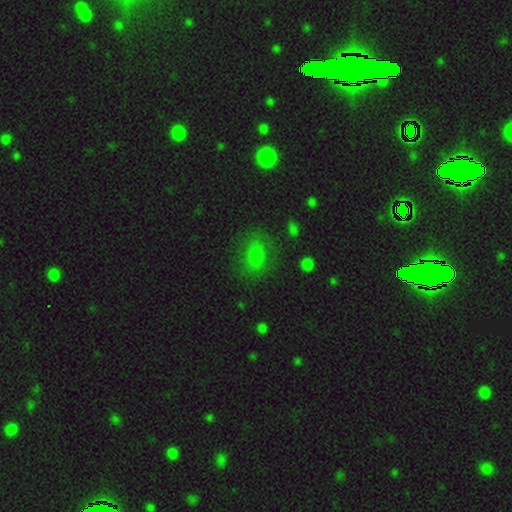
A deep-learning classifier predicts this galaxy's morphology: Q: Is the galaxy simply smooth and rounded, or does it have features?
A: smooth — 73%.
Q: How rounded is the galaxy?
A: in between — 66%.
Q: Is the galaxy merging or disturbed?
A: none — 73%.